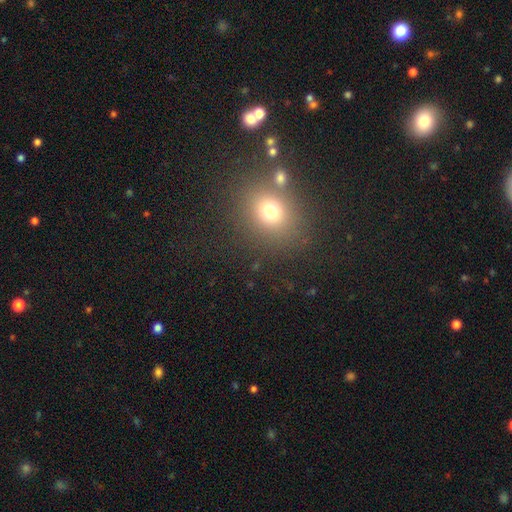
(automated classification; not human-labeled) smooth 56%, star or artifact 35%, featured or disk 9%. Down the decision tree: how rounded — round (70%); merging — none (83%).